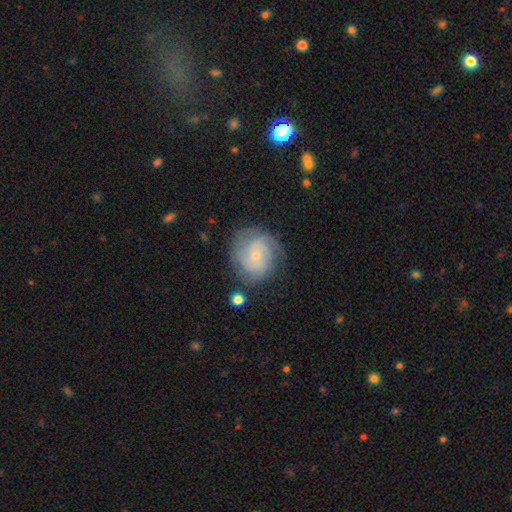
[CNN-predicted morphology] type=featured or disk (77%); edge-on=no (98%); bar=no (73%); spiral arms=yes (94%); winding=tight (58%); arm count=3 (31%); bulge=small (73%); merging=none (76%).